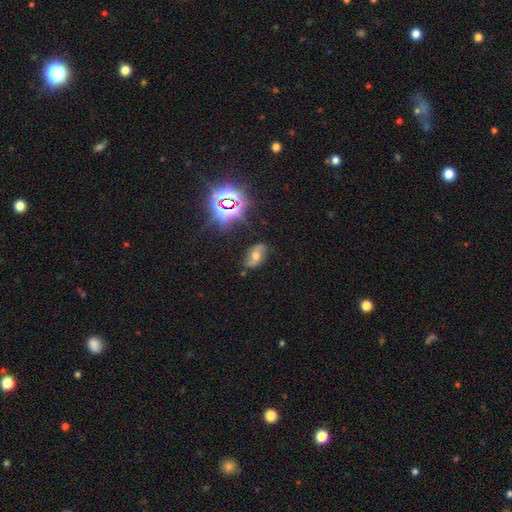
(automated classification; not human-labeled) This appears to be a featured or disk galaxy (50%). Merging: none (77%).